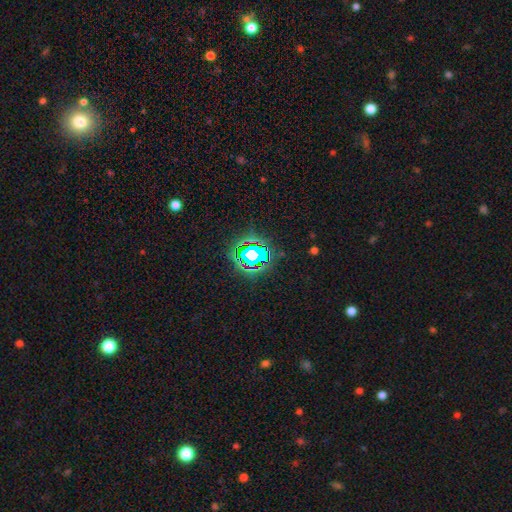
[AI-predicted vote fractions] Morphology: type=star or artifact (70%).